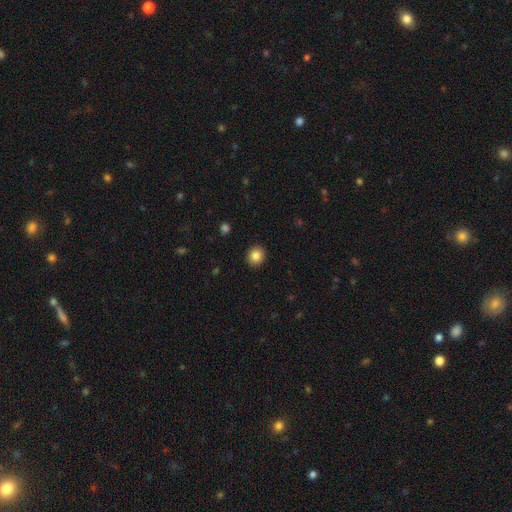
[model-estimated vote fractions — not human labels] smooth_or_featured: smooth (p=0.86) [alt: star or artifact p=0.10]
how_rounded: round (p=0.85) [alt: in between p=0.14]
merging: none (p=0.92) [alt: minor disturbance p=0.06]